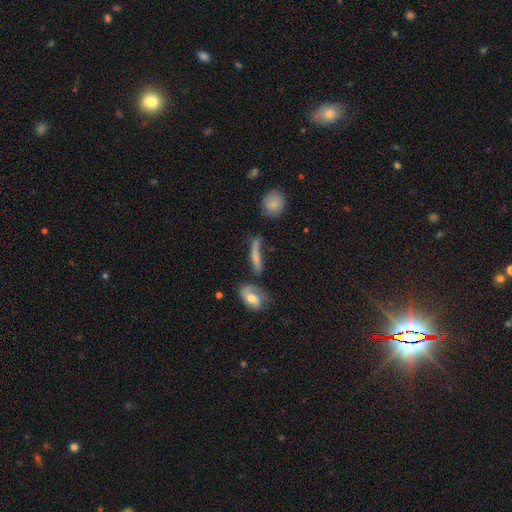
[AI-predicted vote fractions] A smooth galaxy with no disk features (54%) that is cigar-shaped (76%).

Vote fractions:
- Smooth or featured? smooth: 54% / featured or disk: 35% / star or artifact: 11%
- How rounded? cigar-shaped: 76% / in between: 20% / round: 5%
- Merging? none: 46% / minor disturbance: 23% / merger: 16% / major disturbance: 15%